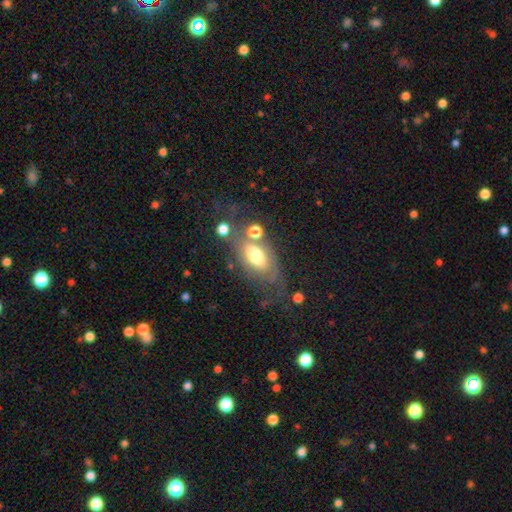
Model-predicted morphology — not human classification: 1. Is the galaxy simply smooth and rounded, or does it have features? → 52% smooth, 39% featured or disk, 9% star or artifact.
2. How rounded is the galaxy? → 85% in between, 8% round, 7% cigar-shaped.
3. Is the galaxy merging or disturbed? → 49% none, 20% minor disturbance, 18% major disturbance, 13% merger.